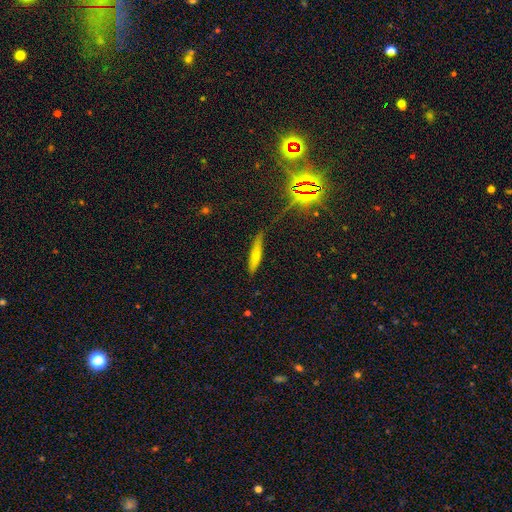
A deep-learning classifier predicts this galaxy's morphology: type=smooth (66%); roundness=cigar-shaped (86%); merging=none (74%).